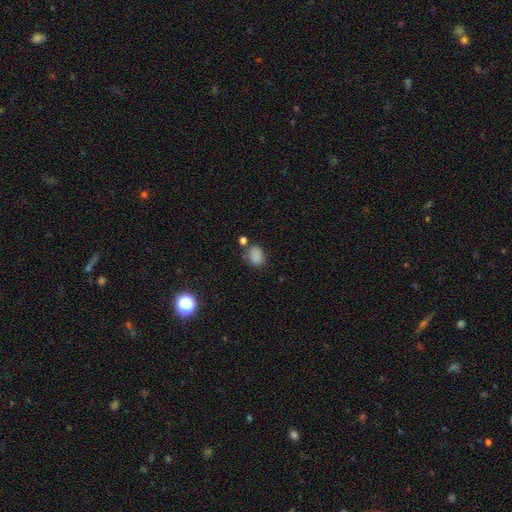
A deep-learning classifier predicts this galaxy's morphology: This appears to be a smooth galaxy with no disk features (83%) that is in between round and cigar-shaped (59%). Merging: none (67%).